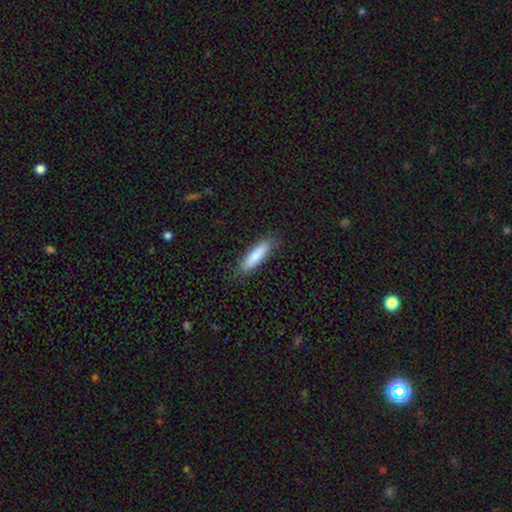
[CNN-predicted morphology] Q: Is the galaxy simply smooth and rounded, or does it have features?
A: smooth — 82%.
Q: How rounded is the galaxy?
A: cigar-shaped — 74%.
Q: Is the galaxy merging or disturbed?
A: none — 85%.